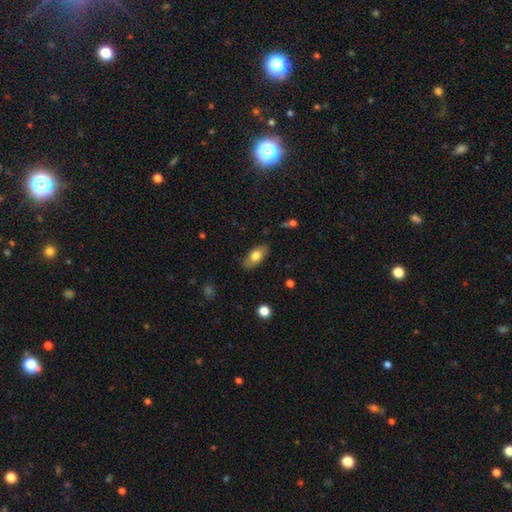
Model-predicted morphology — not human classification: smooth-or-featured: smooth: 73% | featured or disk: 21% | star or artifact: 6%
  how-rounded: in between: 88% | cigar-shaped: 9% | round: 4%
  merging: none: 83% | minor disturbance: 13% | major disturbance: 3% | merger: 1%